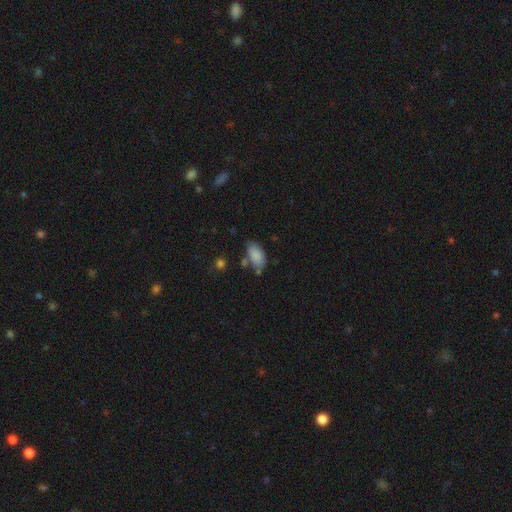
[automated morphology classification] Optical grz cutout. It shows a smooth galaxy with no disk features (86%) that is in between round and cigar-shaped (93%). Merging: none (63%).